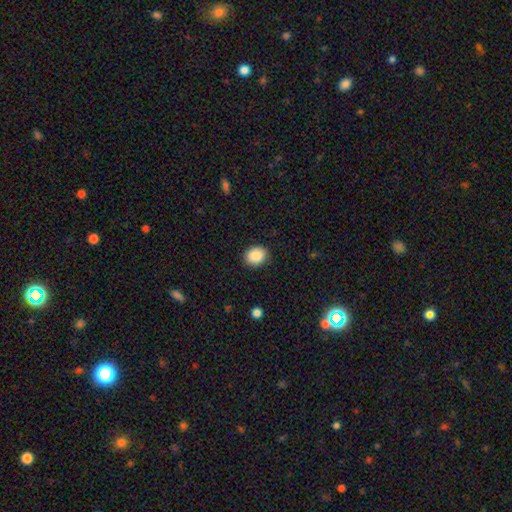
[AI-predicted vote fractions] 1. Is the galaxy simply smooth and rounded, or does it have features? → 88% smooth, 8% star or artifact, 4% featured or disk.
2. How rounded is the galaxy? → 58% round, 41% in between, 1% cigar-shaped.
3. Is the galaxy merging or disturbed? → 89% none, 8% minor disturbance, 2% major disturbance, 1% merger.